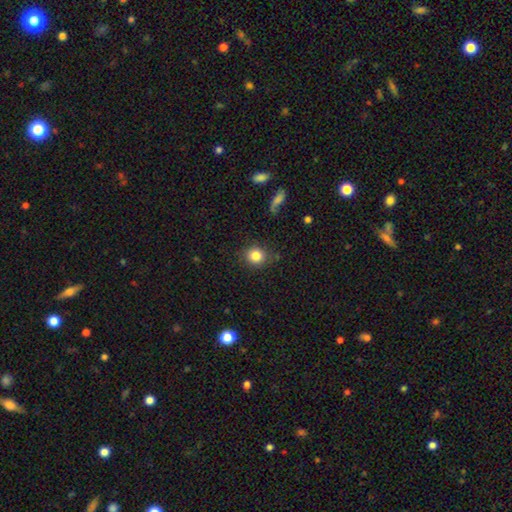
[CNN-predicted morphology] A smooth galaxy with no disk features (84%) that is round (82%).

Vote fractions:
- Smooth or featured? smooth: 84% / star or artifact: 10% / featured or disk: 6%
- How rounded? round: 82% / in between: 17% / cigar-shaped: 1%
- Merging? none: 83% / minor disturbance: 12% / major disturbance: 3% / merger: 2%